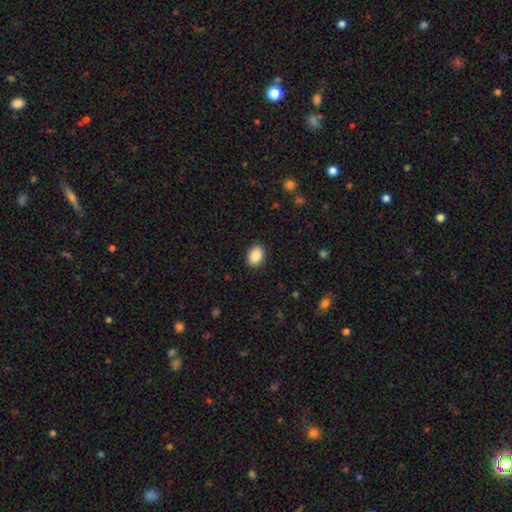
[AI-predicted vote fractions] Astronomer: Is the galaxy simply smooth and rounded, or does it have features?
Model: smooth — 90%.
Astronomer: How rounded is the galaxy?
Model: in between — 73%.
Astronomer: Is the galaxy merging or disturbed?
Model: none — 90%.